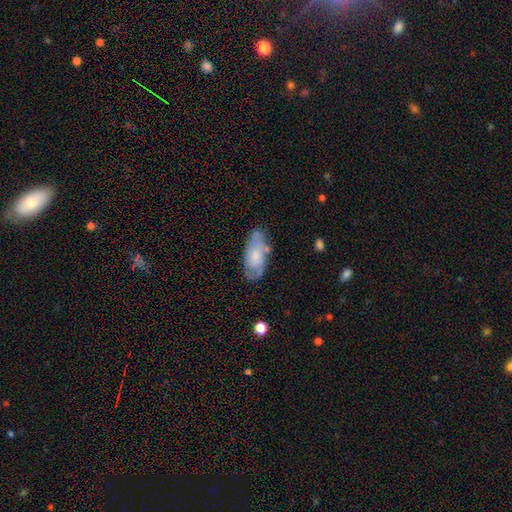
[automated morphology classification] Smooth or featured? Predicted: featured or disk (p=0.49). Merging? Predicted: none (p=0.65).